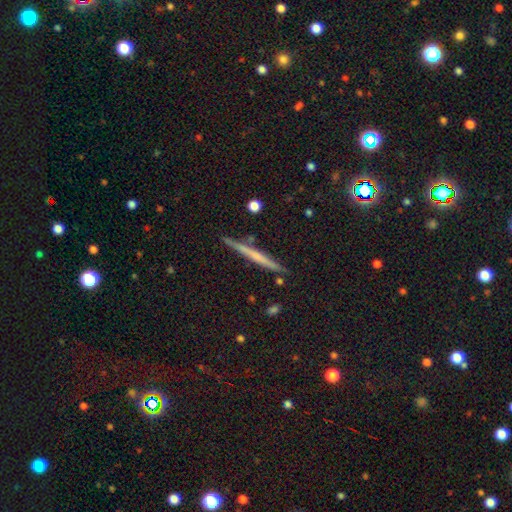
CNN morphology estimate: A featured or disk galaxy (50%) viewed edge-on (97%).

Vote fractions:
- Smooth or featured? featured or disk: 50% / smooth: 41% / star or artifact: 9%
- Edge-on disk? yes: 97% / no: 3%
- Merging? none: 89% / minor disturbance: 8% / merger: 2% / major disturbance: 2%